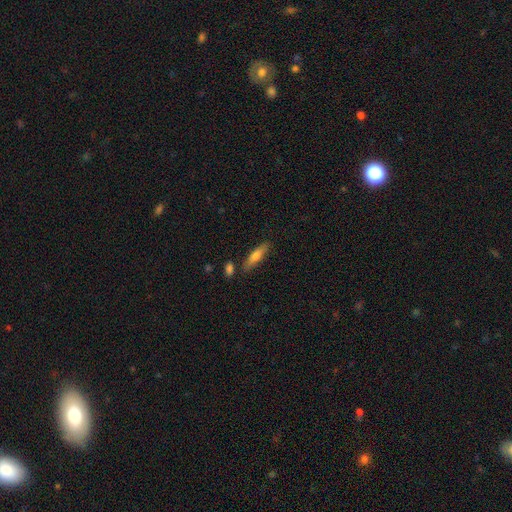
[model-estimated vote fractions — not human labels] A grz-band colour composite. It shows a smooth galaxy with no disk features (68%) that is cigar-shaped (71%). Merging: none (79%).